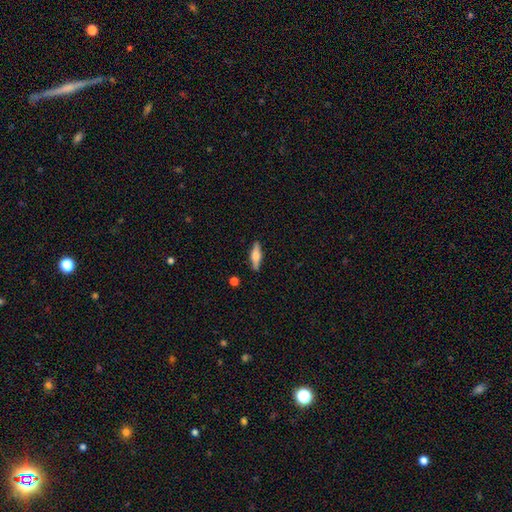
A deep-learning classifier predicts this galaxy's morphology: smooth_or_featured: smooth (p=0.47) [tied with: featured or disk p=0.47]
merging: none (p=0.88) [alt: minor disturbance p=0.08]